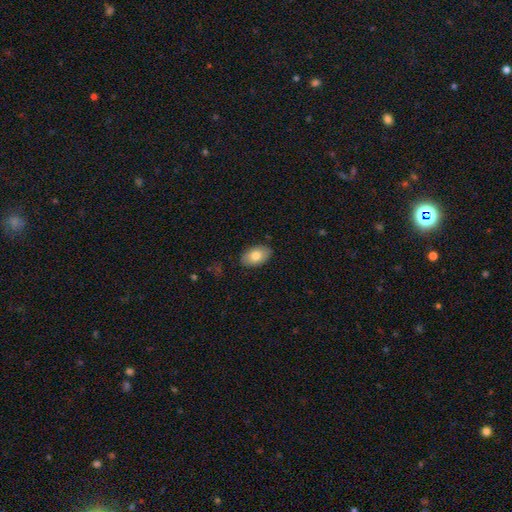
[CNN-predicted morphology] Overall: smooth (80%). How rounded: in between (92%). Merging: none (87%).